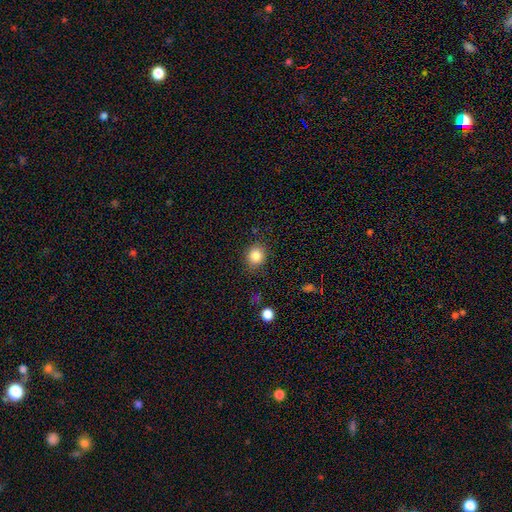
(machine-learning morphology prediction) type=smooth (85%); roundness=round (81%); merging=none (84%).